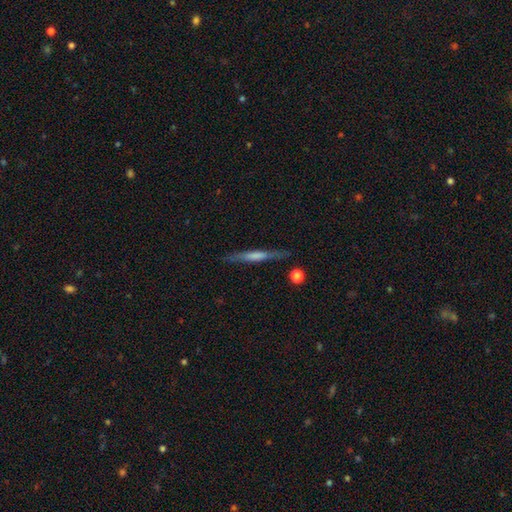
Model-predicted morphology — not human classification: Smooth or featured: featured or disk — 51% (smooth — 42%)
Edge-on disk: yes — 94% (no — 6%)
Merging: none — 84% (minor disturbance — 11%)